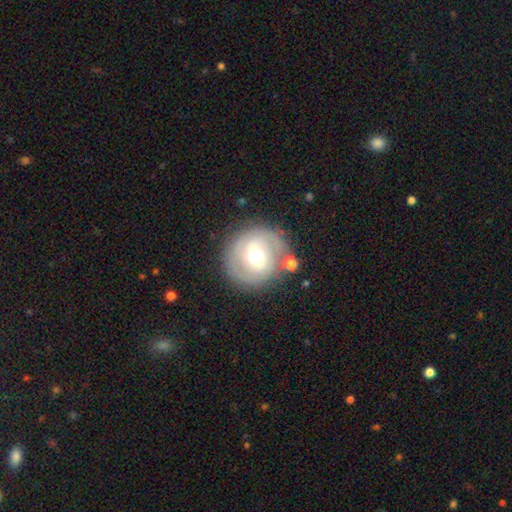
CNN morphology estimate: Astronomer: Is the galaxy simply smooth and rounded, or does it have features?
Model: featured or disk — 60%.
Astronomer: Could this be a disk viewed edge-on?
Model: no — 96%.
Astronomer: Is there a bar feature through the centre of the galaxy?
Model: weak — 49% (runner-up: no, 30%).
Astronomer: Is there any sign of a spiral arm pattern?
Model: yes — 67%.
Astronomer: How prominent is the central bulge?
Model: moderate — 71%.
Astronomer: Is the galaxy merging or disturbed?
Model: none — 74%.